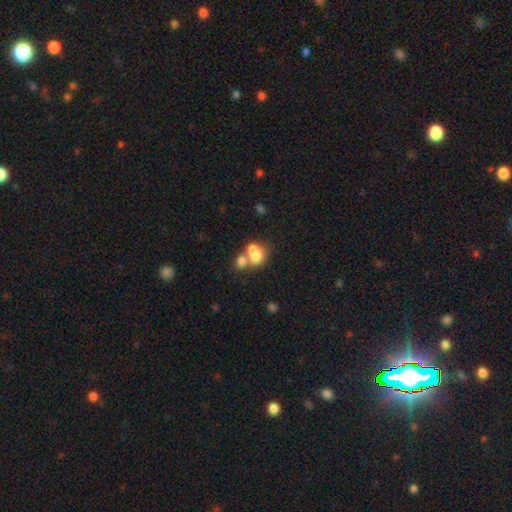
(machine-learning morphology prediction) A smooth galaxy with no disk features (64%) that is round (57%).

Vote fractions:
- Smooth or featured? smooth: 64% / featured or disk: 25% / star or artifact: 11%
- How rounded? round: 57% / in between: 42% / cigar-shaped: 1%
- Merging? merger: 66% / none: 23% / minor disturbance: 6% / major disturbance: 5%